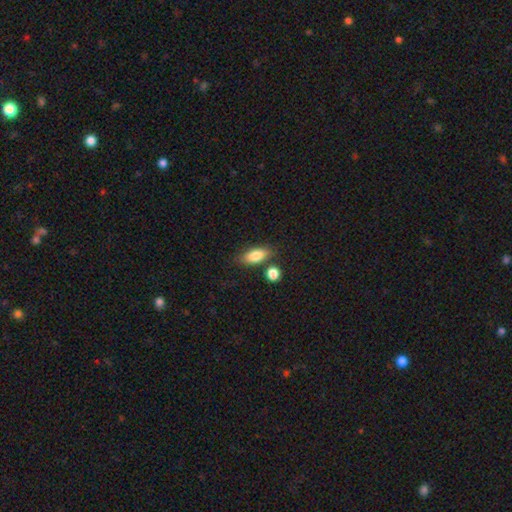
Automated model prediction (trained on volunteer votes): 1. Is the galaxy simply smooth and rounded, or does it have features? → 81% smooth, 12% featured or disk, 7% star or artifact.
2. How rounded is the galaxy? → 80% in between, 14% cigar-shaped, 6% round.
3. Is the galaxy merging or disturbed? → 73% none, 13% minor disturbance, 10% merger, 4% major disturbance.